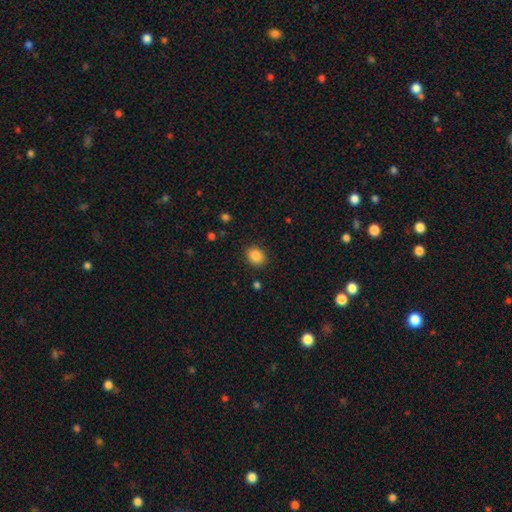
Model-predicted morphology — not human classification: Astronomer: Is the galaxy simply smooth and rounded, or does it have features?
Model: smooth — 87%.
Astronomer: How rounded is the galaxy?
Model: in between — 51% (runner-up: round, 49%).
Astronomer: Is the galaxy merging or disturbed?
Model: none — 88%.